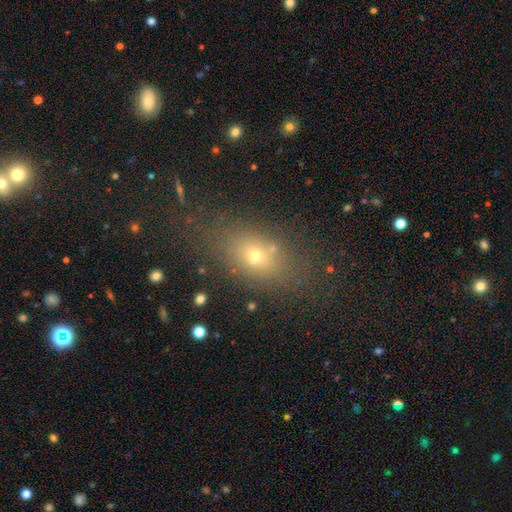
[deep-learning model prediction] Smooth or featured: smooth — 63% (star or artifact — 19%)
How rounded: in between — 74% (round — 20%)
Merging: none — 69% (minor disturbance — 15%)